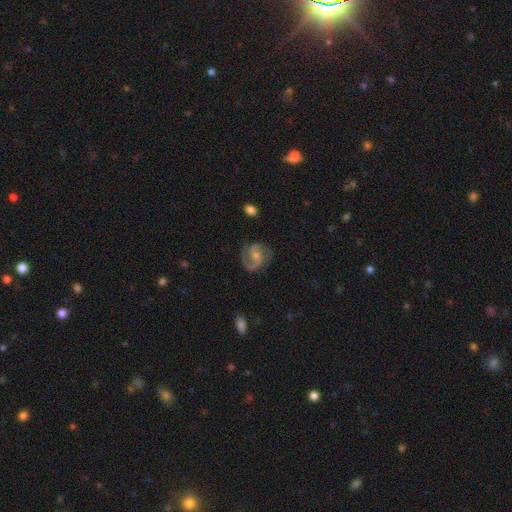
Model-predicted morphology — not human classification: featured or disk 85%, smooth 10%, star or artifact 6%. Down the decision tree: edge-on disk — no (98%); bar — weak (46%); spiral arms — yes (96%); spiral arm count — 2 (88%); spiral winding — medium (54%); bulge size — small (48%); merging — none (75%).